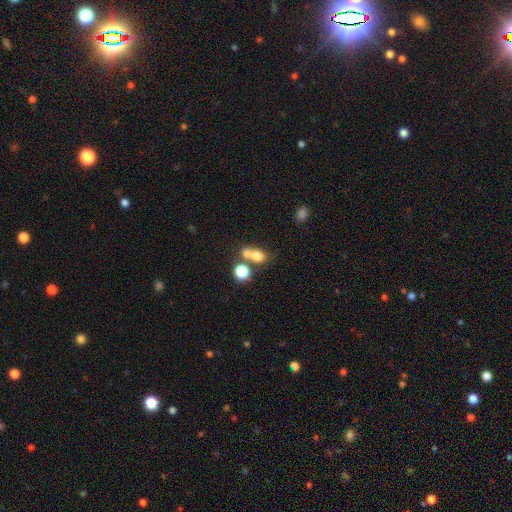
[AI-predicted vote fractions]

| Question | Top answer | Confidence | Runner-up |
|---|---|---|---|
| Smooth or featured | smooth | 71% | star or artifact (15%) |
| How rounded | round | 53% | in between (45%) |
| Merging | merger | 50% | none (35%) |